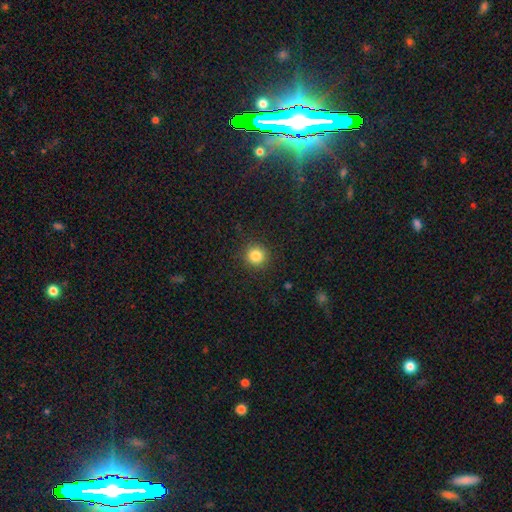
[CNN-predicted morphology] Smooth or featured? Predicted: smooth (p=0.84). How rounded? Predicted: round (p=0.94). Merging? Predicted: none (p=0.91).